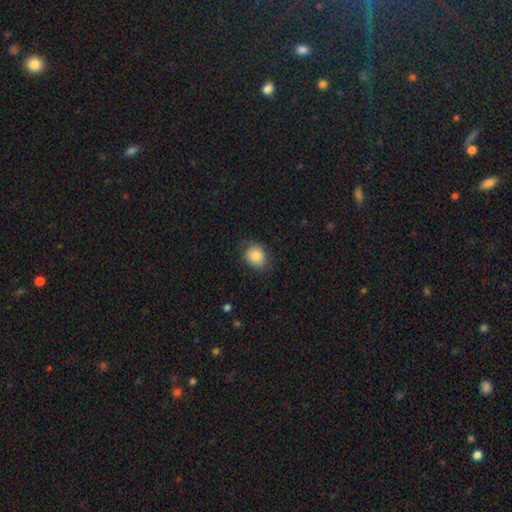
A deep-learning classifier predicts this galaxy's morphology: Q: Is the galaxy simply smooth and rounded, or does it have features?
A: smooth — 82%.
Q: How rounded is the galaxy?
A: round — 59%.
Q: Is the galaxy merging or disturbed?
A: none — 74%.